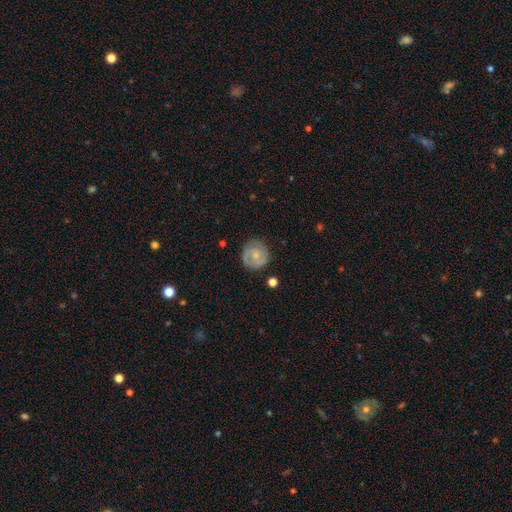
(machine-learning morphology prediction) type=featured or disk (54%); edge-on=no (98%); bar=no (68%); spiral arms=yes (83%); bulge=small (59%); merging=none (78%).